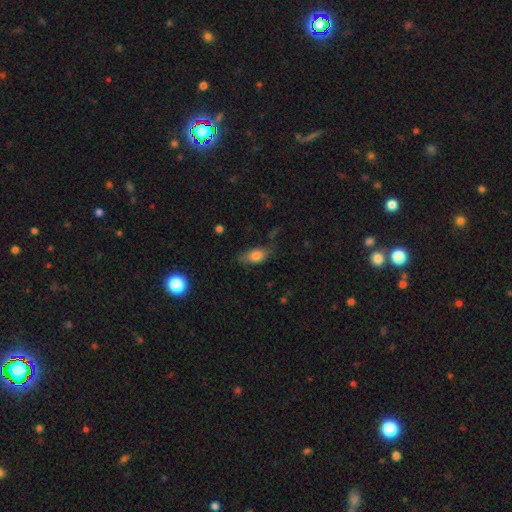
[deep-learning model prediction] Q: Smooth or featured?
A: smooth (77%); runner-up: featured or disk (15%)
Q: How rounded?
A: in between (85%); runner-up: cigar-shaped (8%)
Q: Merging?
A: none (56%); runner-up: minor disturbance (29%)